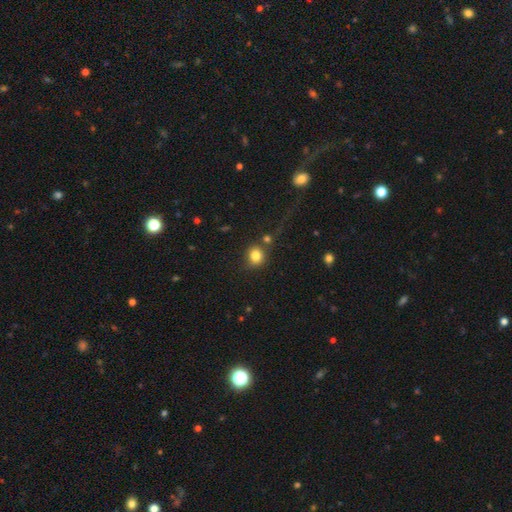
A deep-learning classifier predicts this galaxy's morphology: This appears to be a smooth galaxy with no disk features (82%) that is round (80%). Merging: none (69%).